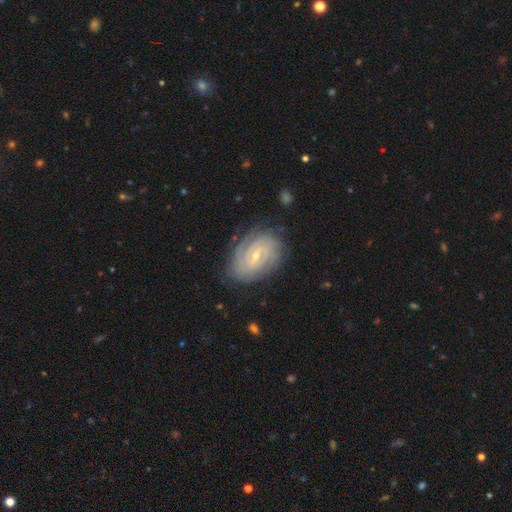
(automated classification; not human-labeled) Morphology: type=featured or disk (79%); edge-on=no (96%); bar=weak (47%); spiral arms=yes (93%); winding=tight (70%); arm count=can't tell (40%); bulge=small (74%); merging=none (76%).